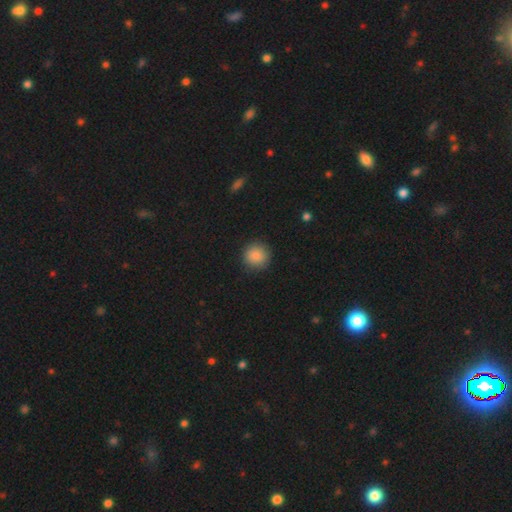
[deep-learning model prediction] This is clearly a smooth galaxy (88%). How rounded: clearly round (93%). Merging: clearly none (90%).